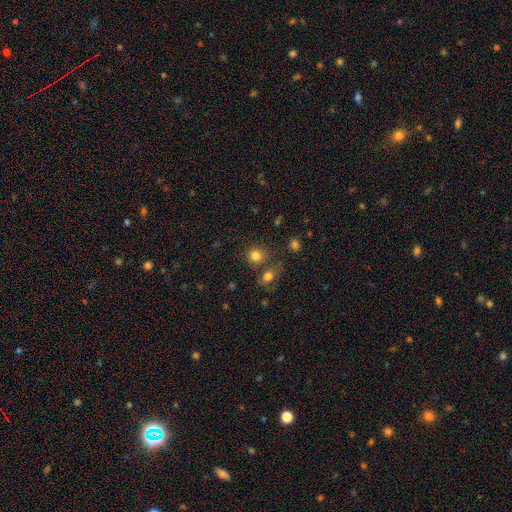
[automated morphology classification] smooth_or_featured: smooth (p=0.80) [alt: star or artifact p=0.14]
how_rounded: round (p=0.86) [alt: in between p=0.13]
merging: none (p=0.69) [alt: merger p=0.18]